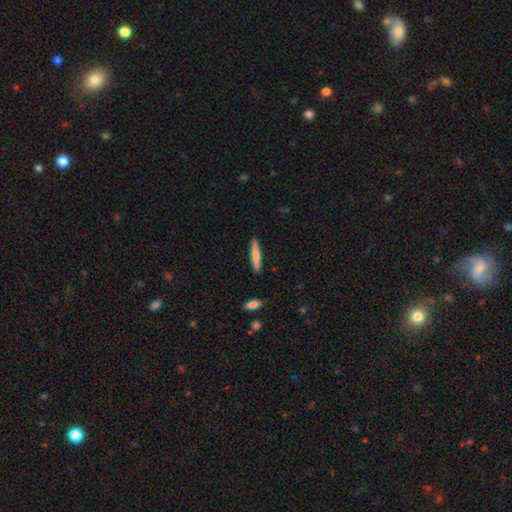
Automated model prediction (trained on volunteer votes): This appears to be a smooth galaxy with no disk features (74%) that is cigar-shaped (89%). Merging: none (89%).